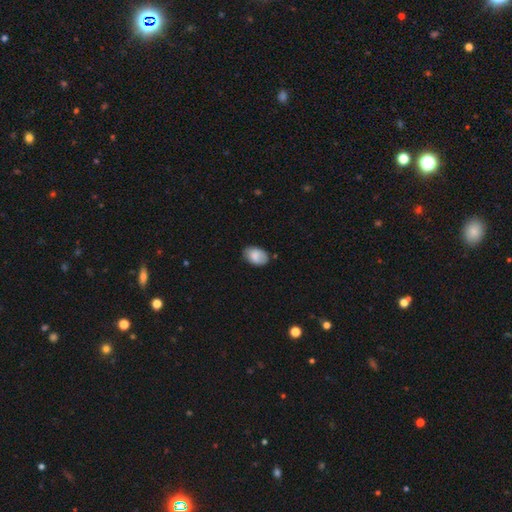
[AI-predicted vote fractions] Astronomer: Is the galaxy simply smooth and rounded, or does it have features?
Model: smooth — 84%.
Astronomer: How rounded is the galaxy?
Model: in between — 88%.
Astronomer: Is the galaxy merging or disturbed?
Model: none — 76%.